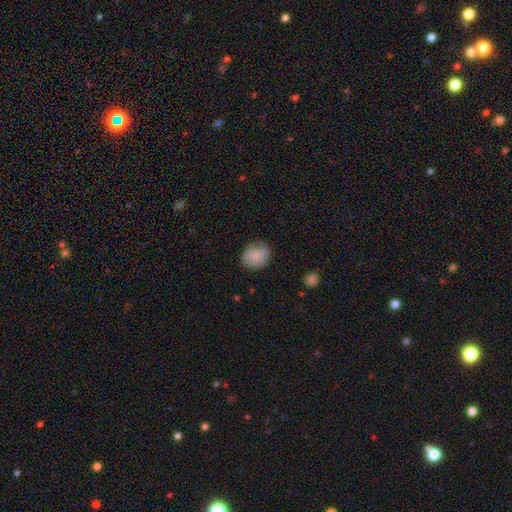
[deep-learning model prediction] Smooth or featured? Predicted: smooth (p=0.79). How rounded? Predicted: round (p=0.60). Merging? Predicted: none (p=0.75).